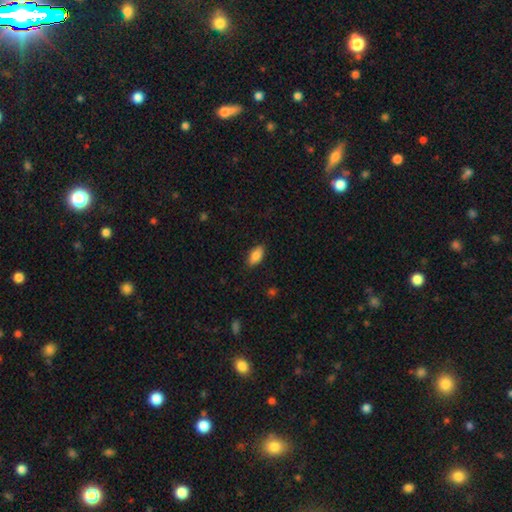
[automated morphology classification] This appears to be a smooth galaxy with no disk features (86%) that is in between round and cigar-shaped (91%). Merging: none (86%).